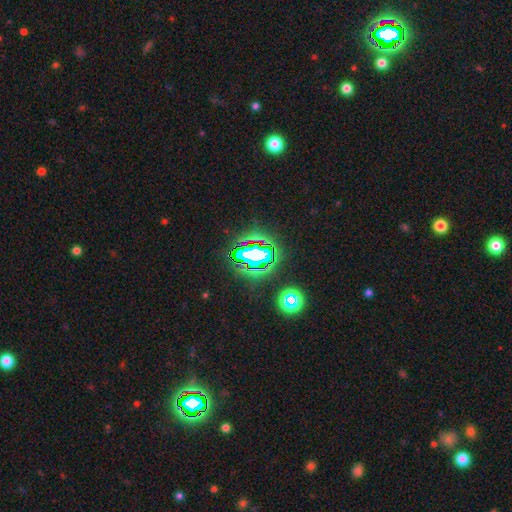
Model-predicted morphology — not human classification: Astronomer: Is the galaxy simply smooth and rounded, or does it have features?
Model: star or artifact — 66%.